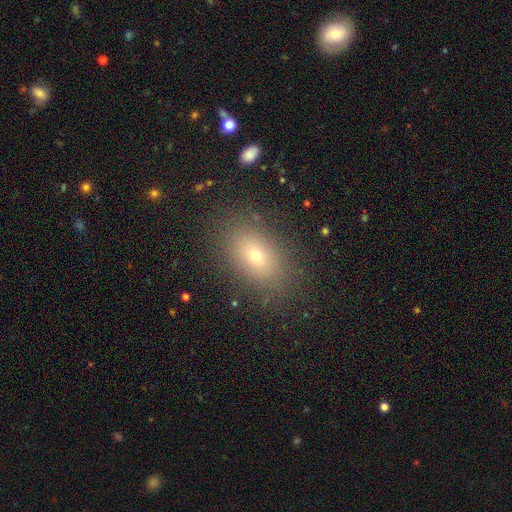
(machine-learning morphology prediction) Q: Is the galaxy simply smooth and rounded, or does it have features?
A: smooth — 68%.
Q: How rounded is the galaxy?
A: in between — 81%.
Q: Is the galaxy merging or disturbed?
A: none — 84%.